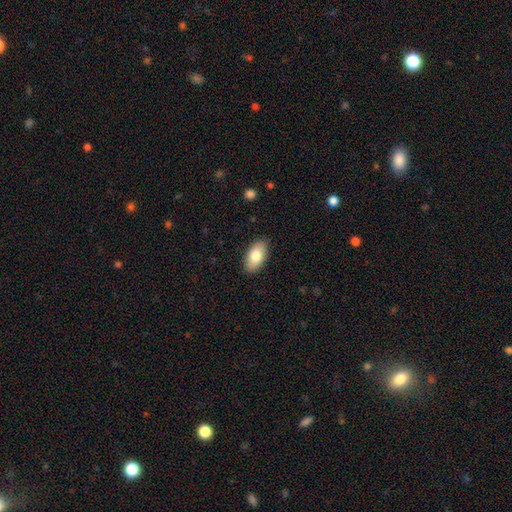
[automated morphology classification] Smooth or featured?
  - smooth: 80% *
  - featured or disk: 14%
  - star or artifact: 6%
How rounded?
  - in between: 94% *
  - round: 3%
  - cigar-shaped: 3%
Merging?
  - none: 89% *
  - minor disturbance: 8%
  - major disturbance: 2%
  - merger: 1%